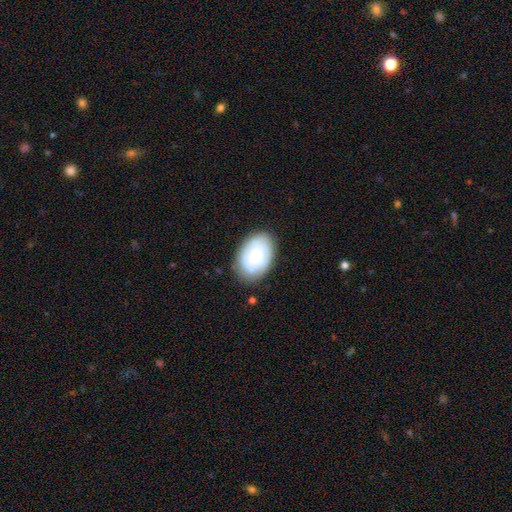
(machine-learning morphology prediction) featured or disk 48%, smooth 45%, star or artifact 7%. Down the decision tree: merging — none (79%).